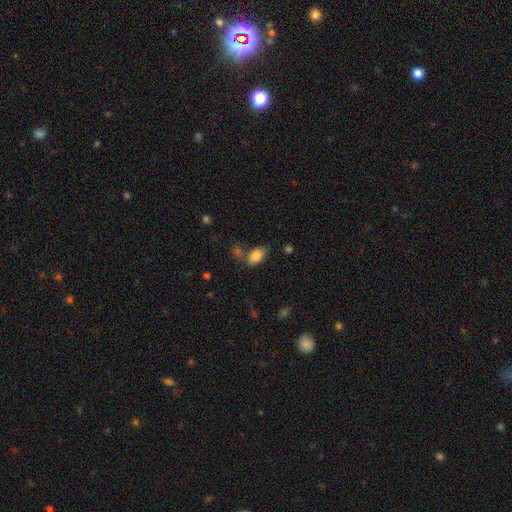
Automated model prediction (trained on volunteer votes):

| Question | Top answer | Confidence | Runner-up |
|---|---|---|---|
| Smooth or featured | smooth | 85% | star or artifact (8%) |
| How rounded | in between | 91% | round (7%) |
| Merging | none | 54% | minor disturbance (20%) |